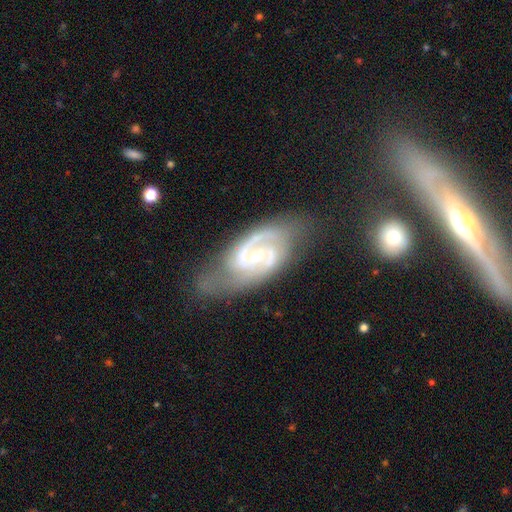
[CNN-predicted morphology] Smooth or featured? Predicted: featured or disk (p=0.90). Edge-on disk? Predicted: no (p=0.97). Bar? Predicted: weak (p=0.44). Spiral arms? Predicted: yes (p=0.97). Spiral winding? Predicted: medium (p=0.49). Spiral arm count? Predicted: 2 (p=0.87). Bulge size? Predicted: moderate (p=0.52). Merging? Predicted: none (p=0.64).